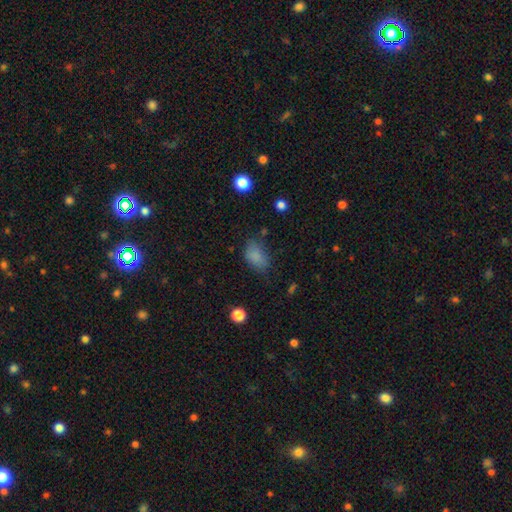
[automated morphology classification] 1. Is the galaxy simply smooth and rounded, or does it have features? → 82% smooth, 12% star or artifact, 6% featured or disk.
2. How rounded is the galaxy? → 87% in between, 11% round, 2% cigar-shaped.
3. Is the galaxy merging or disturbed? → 64% none, 25% minor disturbance, 9% major disturbance, 3% merger.